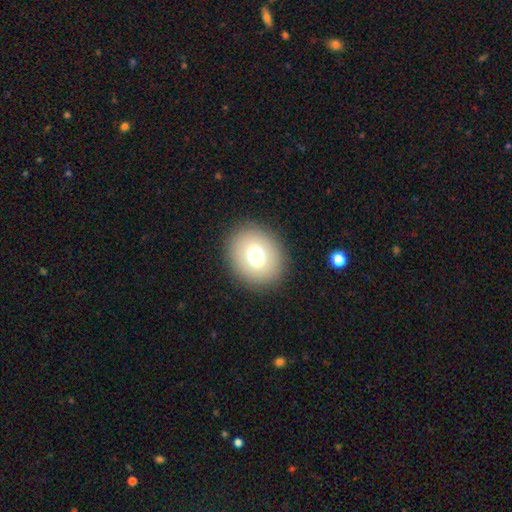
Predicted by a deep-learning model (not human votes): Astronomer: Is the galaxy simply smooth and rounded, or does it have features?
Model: smooth — 71%.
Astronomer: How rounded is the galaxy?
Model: round — 66%.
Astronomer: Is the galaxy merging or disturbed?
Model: none — 89%.